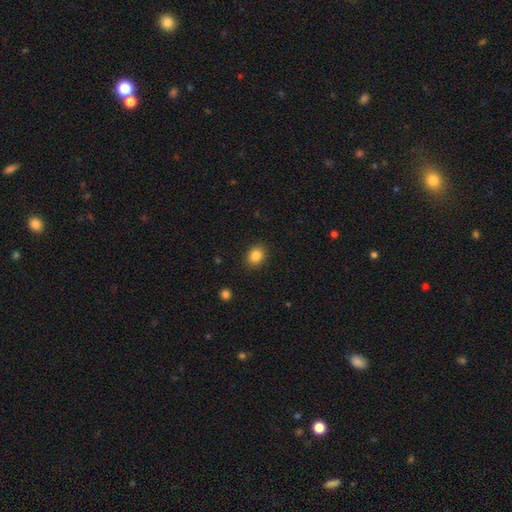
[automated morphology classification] type=smooth (85%); roundness=round (50%); merging=none (89%).